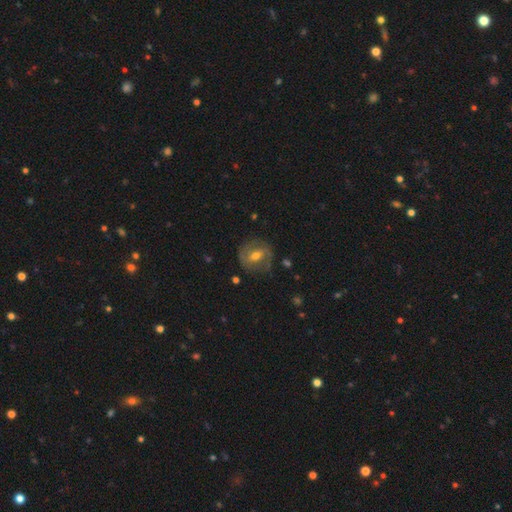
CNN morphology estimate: Q: Smooth or featured?
A: featured or disk (62%); runner-up: smooth (30%)
Q: Edge-on disk?
A: no (95%); runner-up: yes (5%)
Q: Bar?
A: weak (47%); runner-up: strong (28%)
Q: Spiral arms?
A: yes (72%); runner-up: no (28%)
Q: Bulge size?
A: moderate (71%); runner-up: small (20%)
Q: Merging?
A: none (74%); runner-up: minor disturbance (17%)